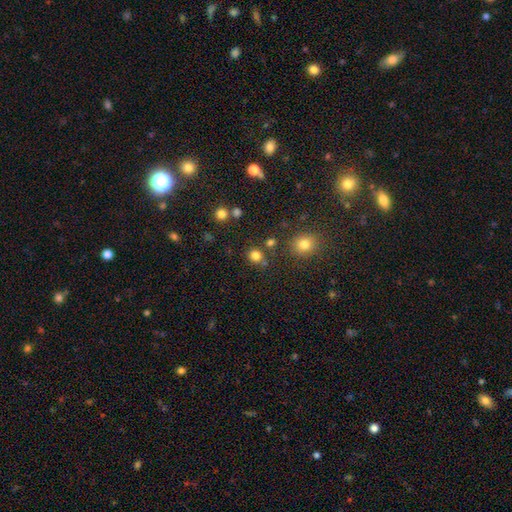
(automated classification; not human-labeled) smooth_or_featured: smooth (p=0.80) [alt: star or artifact p=0.15]
how_rounded: round (p=0.86) [alt: in between p=0.13]
merging: none (p=0.78) [alt: merger p=0.10]